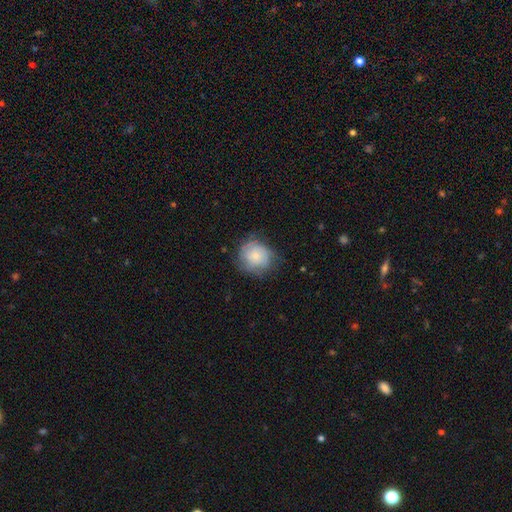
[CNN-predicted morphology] Q: Smooth or featured?
A: smooth (63%); runner-up: featured or disk (29%)
Q: How rounded?
A: round (82%); runner-up: in between (17%)
Q: Merging?
A: none (61%); runner-up: minor disturbance (27%)